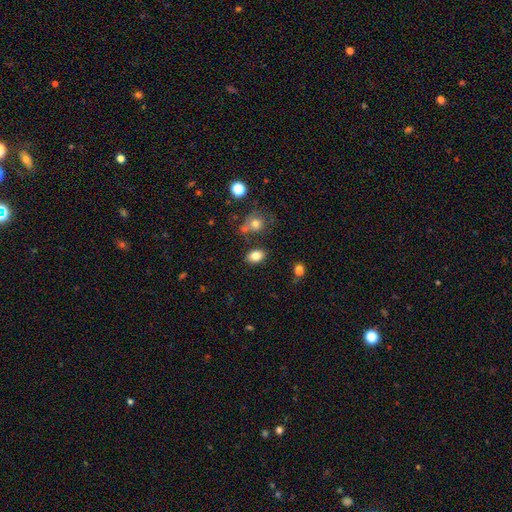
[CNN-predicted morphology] smooth-or-featured: smooth: 82% | star or artifact: 10% | featured or disk: 8%
  how-rounded: in between: 79% | round: 20% | cigar-shaped: 1%
  merging: none: 80% | minor disturbance: 12% | merger: 6% | major disturbance: 3%